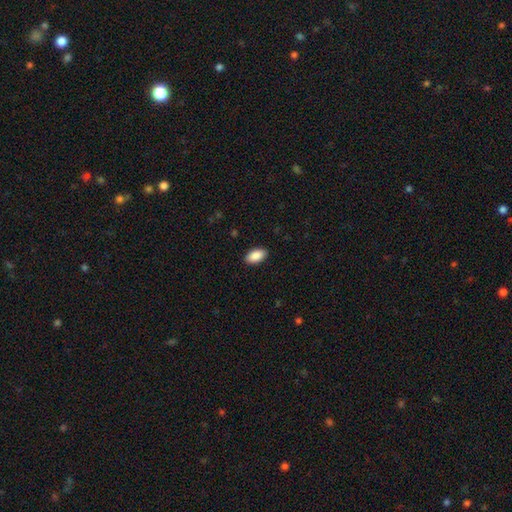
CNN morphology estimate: Smooth or featured? smooth (89%)
How rounded? in between (94%)
Merging? none (89%)